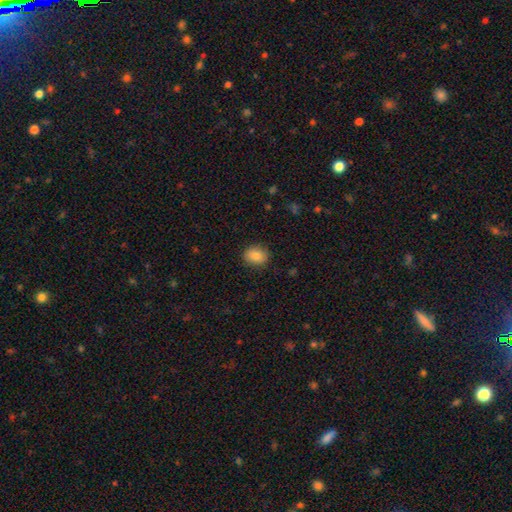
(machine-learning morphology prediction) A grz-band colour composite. It shows a smooth galaxy with no disk features (84%) that is round (56%). Merging: none (87%).